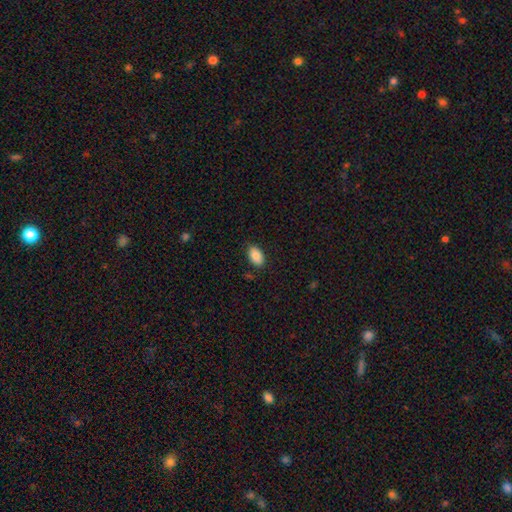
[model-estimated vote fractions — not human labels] A smooth galaxy with no disk features (85%) that is in between round and cigar-shaped (92%).

Vote fractions:
- Smooth or featured? smooth: 85% / featured or disk: 8% / star or artifact: 7%
- How rounded? in between: 92% / round: 7% / cigar-shaped: 1%
- Merging? none: 85% / minor disturbance: 12% / major disturbance: 2% / merger: 1%